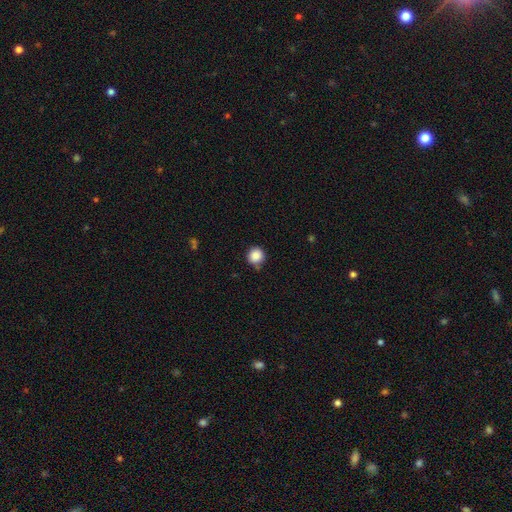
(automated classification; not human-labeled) smooth_or_featured: smooth (p=0.87) [alt: star or artifact p=0.10]
how_rounded: round (p=0.94) [alt: in between p=0.05]
merging: none (p=0.79) [alt: minor disturbance p=0.15]